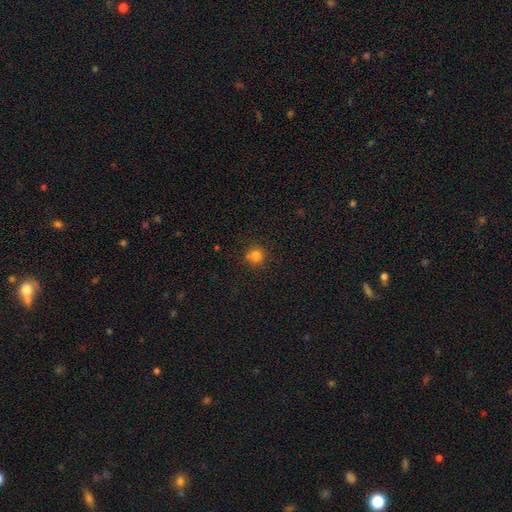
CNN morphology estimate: smooth 79%, star or artifact 14%, featured or disk 7%. Down the decision tree: how rounded — round (90%); merging — none (74%).